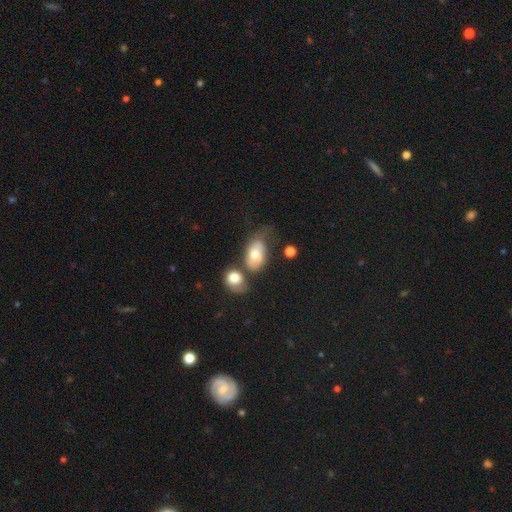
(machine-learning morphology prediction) The model was most divided on "merging": merger: 32%, none: 31%, minor disturbance: 21%, major disturbance: 16%. More confident: how rounded — in between (85%); smooth or featured — smooth (68%).